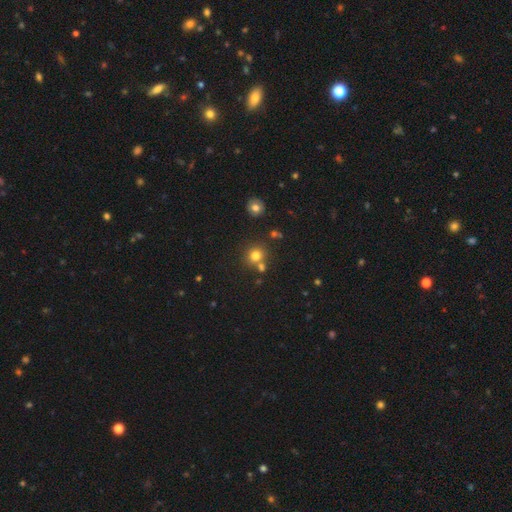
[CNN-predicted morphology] This appears to be a smooth galaxy with no disk features (76%) that is round (85%). Merging: none (67%).